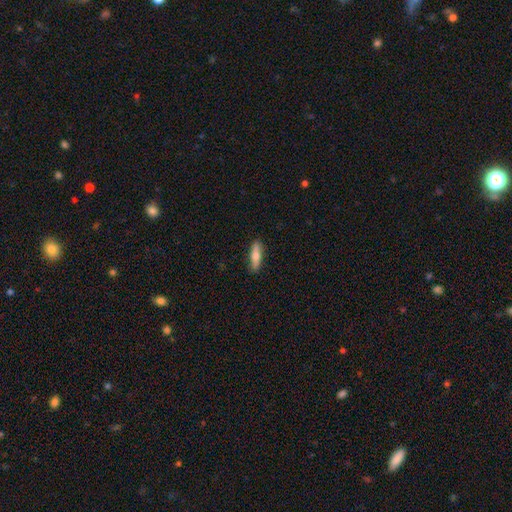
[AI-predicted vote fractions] This is likely a smooth galaxy (69%). How rounded: likely cigar-shaped (66%). Merging: clearly none (88%).